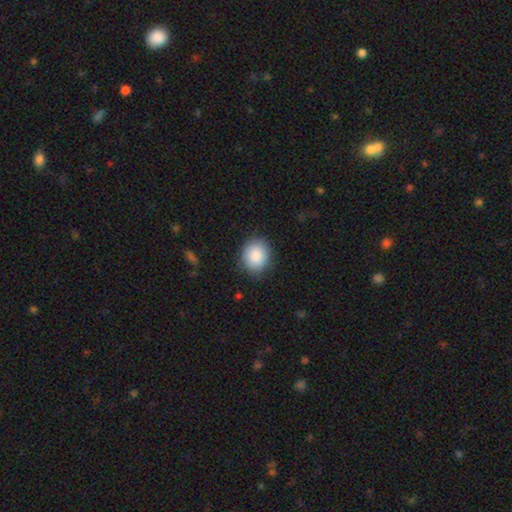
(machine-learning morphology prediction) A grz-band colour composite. It shows a smooth galaxy with no disk features (88%) that is round (61%). Merging: none (85%).